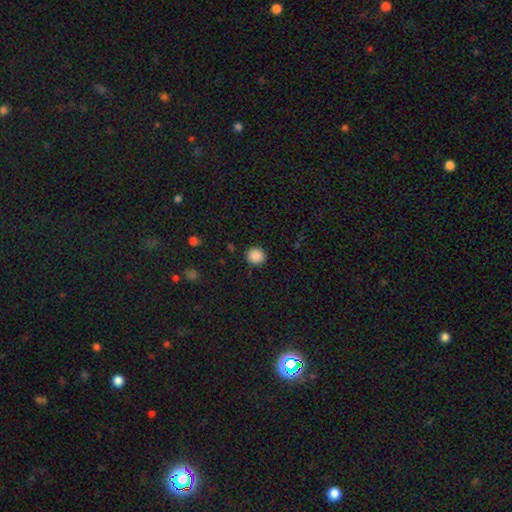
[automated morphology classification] smooth_or_featured: smooth (p=0.88) [alt: star or artifact p=0.09]
how_rounded: round (p=0.89) [alt: in between p=0.10]
merging: none (p=0.90) [alt: minor disturbance p=0.07]